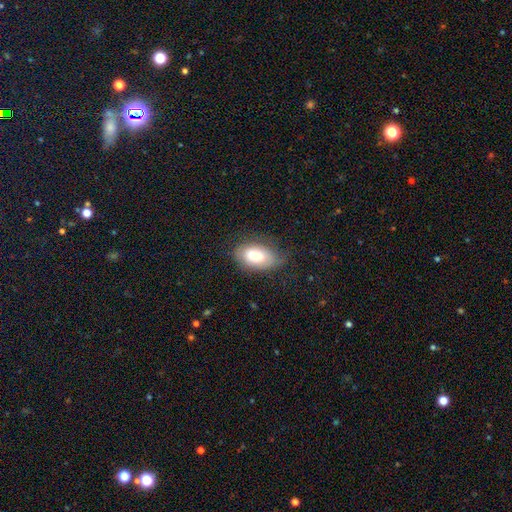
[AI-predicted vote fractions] Overall: smooth (74%). How rounded: in between (92%). Merging: none (62%; minor disturbance 27%).